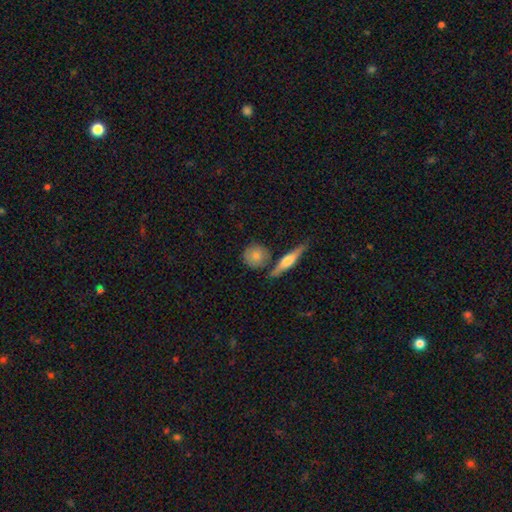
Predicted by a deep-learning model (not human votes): A smooth galaxy with no disk features (67%) that is round (81%). Merging: none (70%).